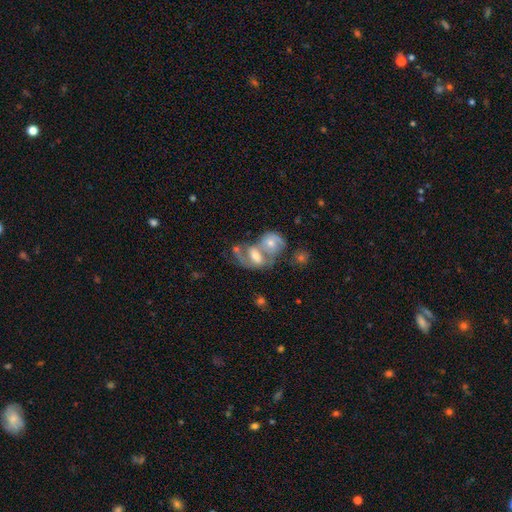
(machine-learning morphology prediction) Smooth or featured? Predicted: featured or disk (p=0.55). Edge-on disk? Predicted: no (p=0.95). Bar? Predicted: no (p=0.72). Spiral arms? Predicted: yes (p=0.50, tied with no). Bulge size? Predicted: moderate (p=0.49). Merging? Predicted: merger (p=0.59).